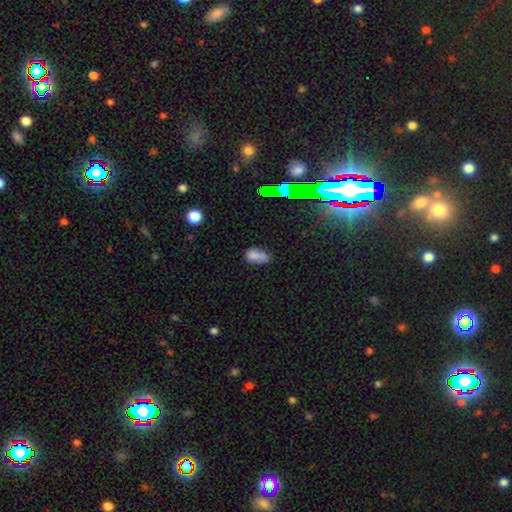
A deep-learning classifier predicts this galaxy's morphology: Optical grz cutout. It shows a smooth galaxy with no disk features (75%) that is in between round and cigar-shaped (90%). Merging: none (51%).